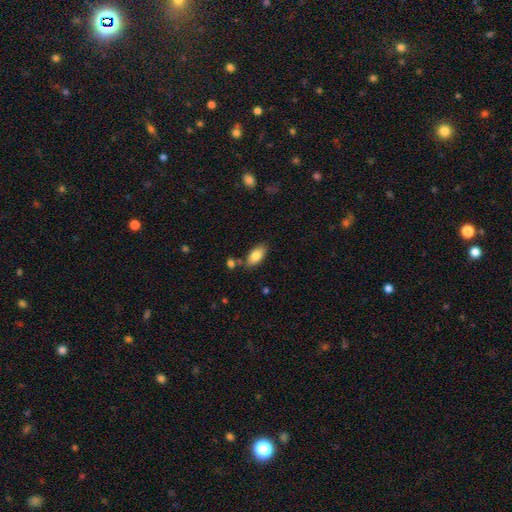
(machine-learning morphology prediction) type=smooth (83%); roundness=in between (91%); merging=none (78%).